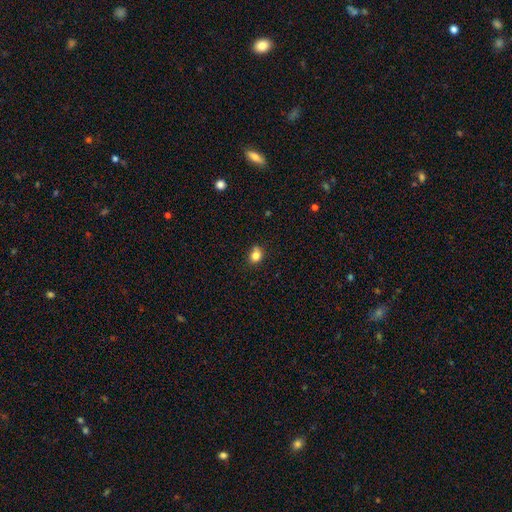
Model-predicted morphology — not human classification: The model was most divided on "how rounded": round: 57%, in between: 42%, cigar-shaped: 1%. More confident: smooth or featured — smooth (82%); merging — none (67%).